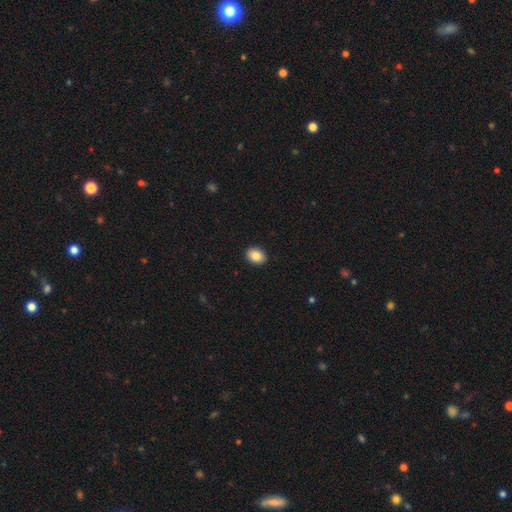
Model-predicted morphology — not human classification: smooth-or-featured: smooth: 86% | star or artifact: 8% | featured or disk: 6%
  how-rounded: in between: 70% | round: 29% | cigar-shaped: 1%
  merging: none: 92% | minor disturbance: 6% | major disturbance: 2% | merger: 1%